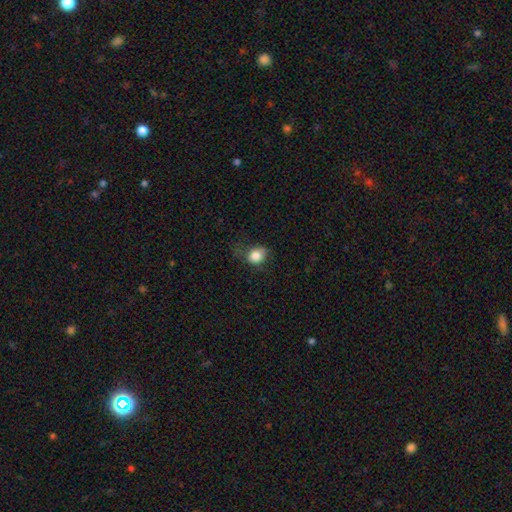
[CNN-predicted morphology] Q: Smooth or featured?
A: smooth (82%); runner-up: star or artifact (10%)
Q: How rounded?
A: round (57%); runner-up: in between (42%)
Q: Merging?
A: none (51%); runner-up: minor disturbance (31%)